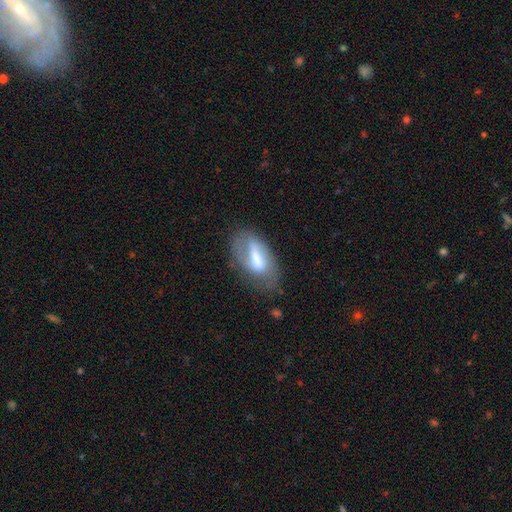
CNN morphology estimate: A featured or disk galaxy (48%). Merging: none (59%).